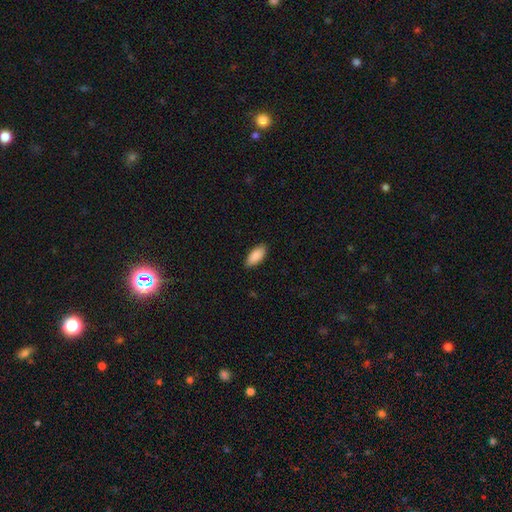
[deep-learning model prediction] smooth_or_featured: smooth (p=0.88) [alt: star or artifact p=0.06]
how_rounded: in between (p=0.88) [alt: cigar-shaped p=0.10]
merging: none (p=0.87) [alt: minor disturbance p=0.10]